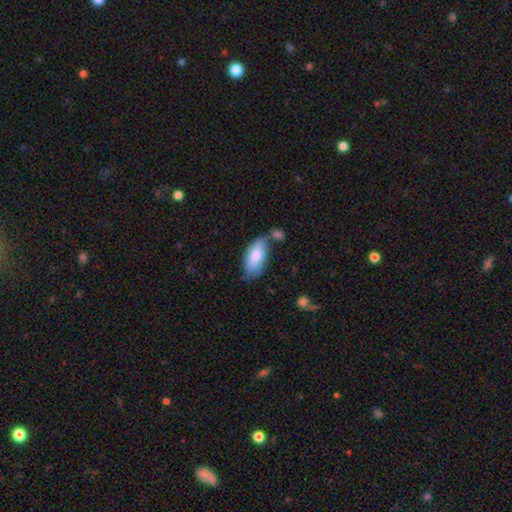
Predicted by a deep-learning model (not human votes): This is clearly a smooth galaxy (80%). How rounded: clearly in between (90%). Merging: possibly none (52%).